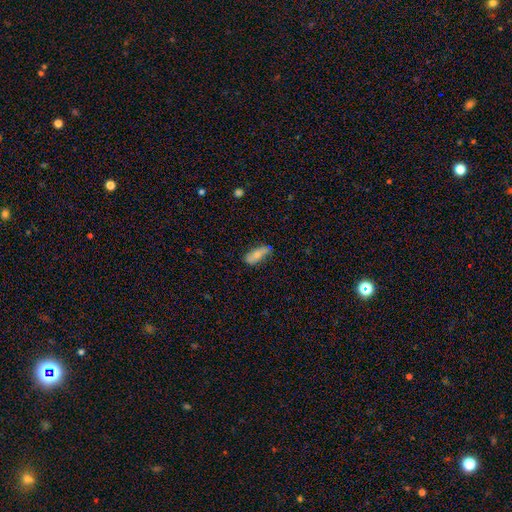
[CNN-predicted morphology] Smooth or featured?
  - smooth: 67% *
  - featured or disk: 26%
  - star or artifact: 7%
How rounded?
  - in between: 70% *
  - cigar-shaped: 27%
  - round: 3%
Merging?
  - none: 63% *
  - minor disturbance: 28%
  - major disturbance: 6%
  - merger: 3%